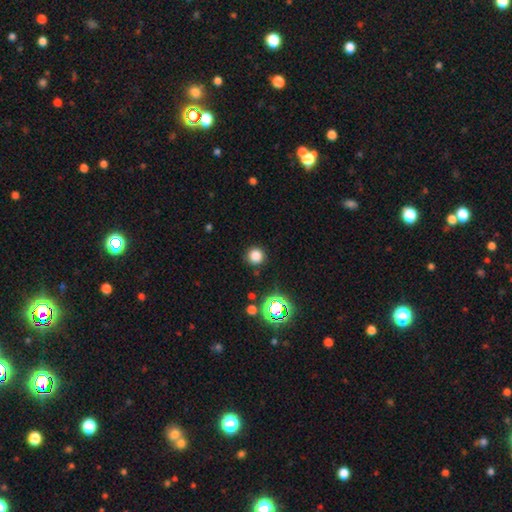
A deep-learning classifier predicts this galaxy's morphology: Overall: smooth (78%). How rounded: round (94%). Merging: none (89%).